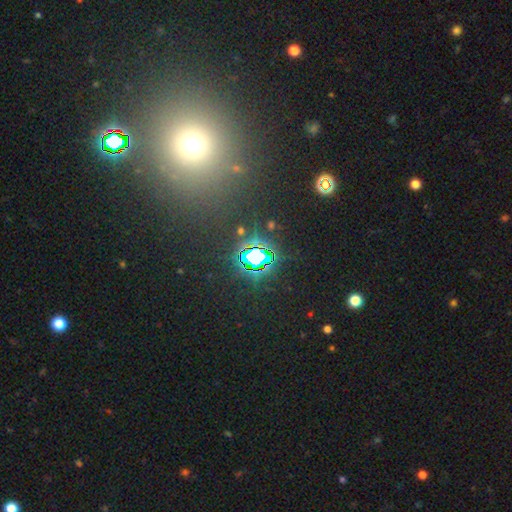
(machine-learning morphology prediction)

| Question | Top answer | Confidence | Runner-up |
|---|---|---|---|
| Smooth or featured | star or artifact | 80% | smooth (12%) |